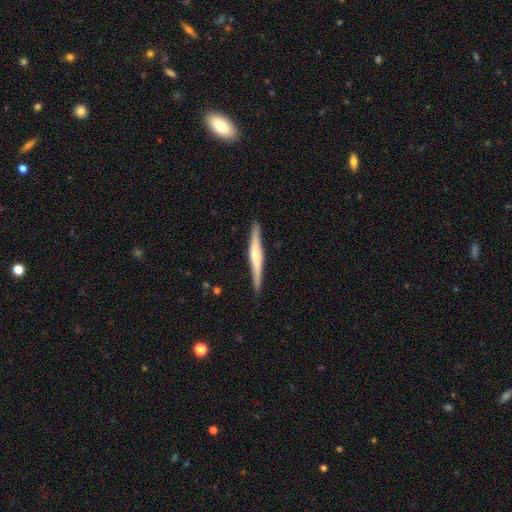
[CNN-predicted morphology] Smooth or featured: featured or disk — 56% (smooth — 39%)
Edge-on disk: yes — 97% (no — 3%)
Edge-on bulge: rounded — 57% (none — 29%)
Merging: none — 89% (minor disturbance — 8%)